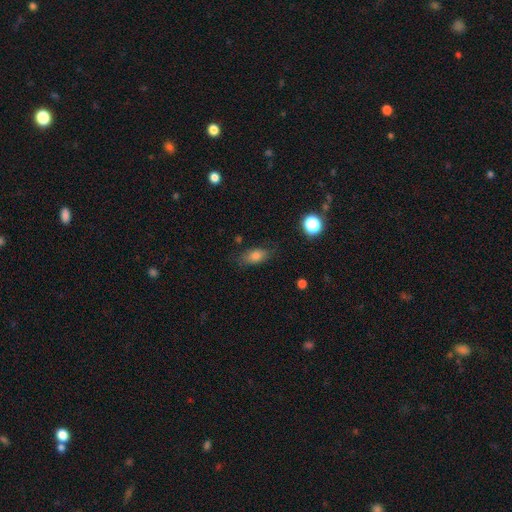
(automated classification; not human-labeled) A smooth galaxy with no disk features (78%) that is in between round and cigar-shaped (84%).

Vote fractions:
- Smooth or featured? smooth: 78% / featured or disk: 12% / star or artifact: 10%
- How rounded? in between: 84% / cigar-shaped: 8% / round: 8%
- Merging? none: 76% / minor disturbance: 18% / major disturbance: 5% / merger: 2%